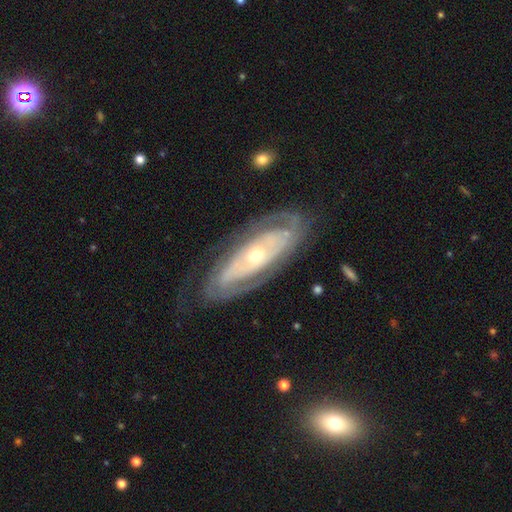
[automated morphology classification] The model was most divided on "bulge size" (2-way tie): moderate: 47%, small: 47%, large: 3%, none: 1%, dominant: 1%. Remaining: edge-on disk — no (87%); smooth or featured — featured or disk (83%); spiral arms — yes (83%); merging — none (76%); bar — no (76%); spiral winding — tight (72%); spiral arm count — can't tell (43%).